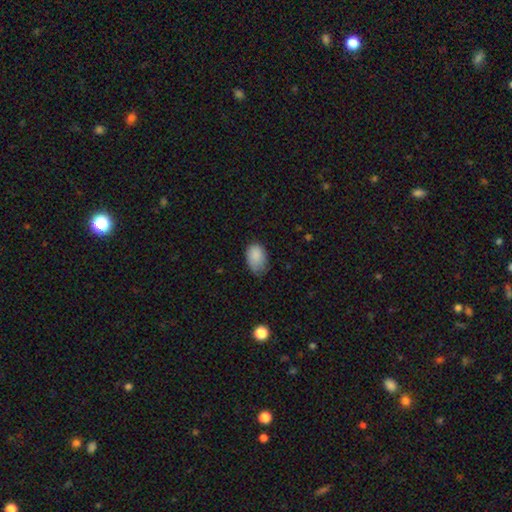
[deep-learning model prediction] smooth_or_featured: smooth (p=0.87) [alt: star or artifact p=0.08]
how_rounded: in between (p=0.86) [alt: round p=0.13]
merging: none (p=0.54) [alt: minor disturbance p=0.37]